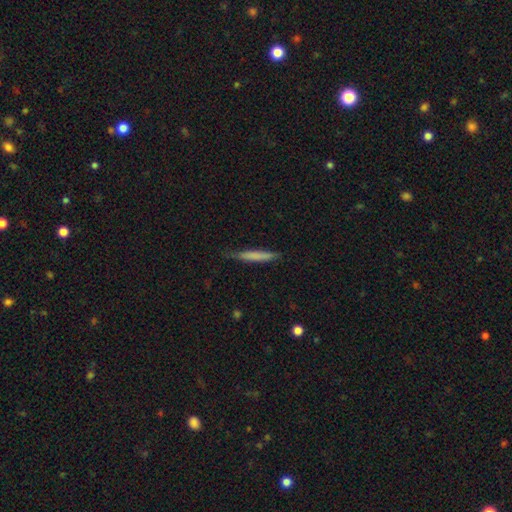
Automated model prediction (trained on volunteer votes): A smooth galaxy with no disk features (73%) that is cigar-shaped (94%).

Vote fractions:
- Smooth or featured? smooth: 73% / featured or disk: 21% / star or artifact: 6%
- How rounded? cigar-shaped: 94% / in between: 5% / round: 1%
- Merging? none: 76% / minor disturbance: 19% / major disturbance: 3% / merger: 1%